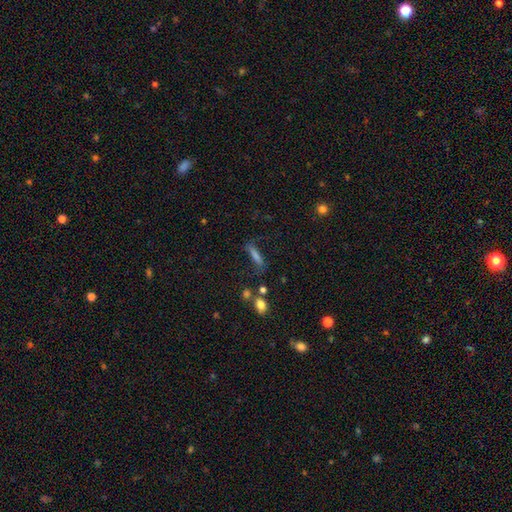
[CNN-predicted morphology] A smooth galaxy with no disk features (55%) that is cigar-shaped (75%). Merging: none (62%).